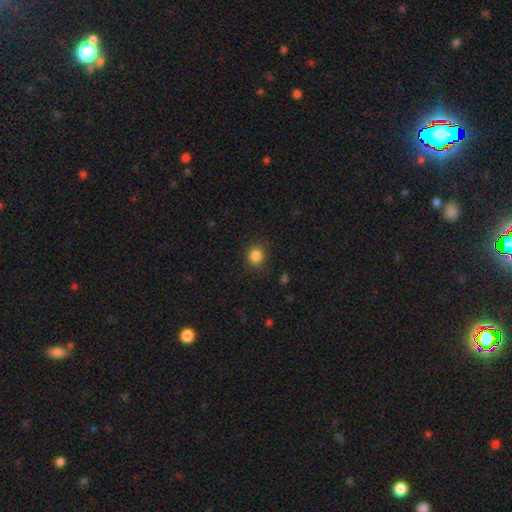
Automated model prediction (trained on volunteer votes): Smooth or featured?
  - smooth: 85% *
  - star or artifact: 11%
  - featured or disk: 4%
How rounded?
  - round: 83% *
  - in between: 16%
  - cigar-shaped: 1%
Merging?
  - none: 85% *
  - minor disturbance: 10%
  - major disturbance: 3%
  - merger: 1%